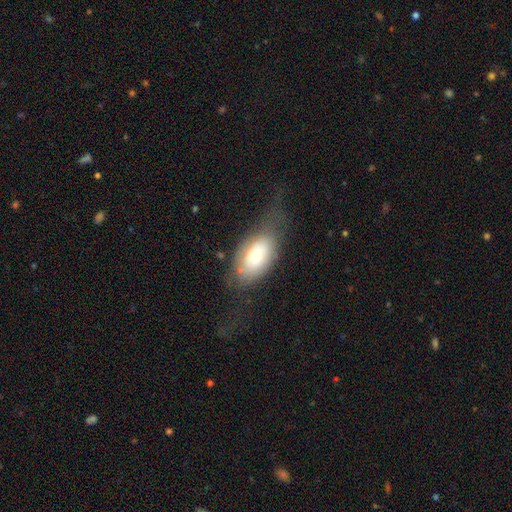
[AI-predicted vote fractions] smooth-or-featured: smooth: 59% | featured or disk: 32% | star or artifact: 8%
  how-rounded: in between: 90% | round: 7% | cigar-shaped: 3%
  merging: none: 42% | major disturbance: 28% | minor disturbance: 27% | merger: 3%